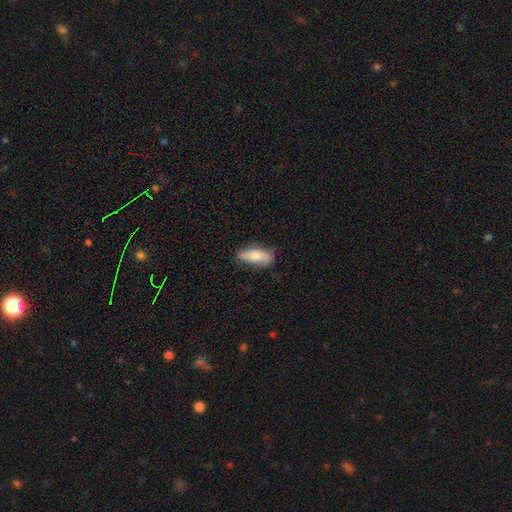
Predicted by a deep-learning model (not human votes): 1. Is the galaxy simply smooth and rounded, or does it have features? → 69% smooth, 24% featured or disk, 6% star or artifact.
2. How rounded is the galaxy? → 73% in between, 24% cigar-shaped, 3% round.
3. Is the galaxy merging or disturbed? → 71% none, 23% minor disturbance, 5% major disturbance, 2% merger.